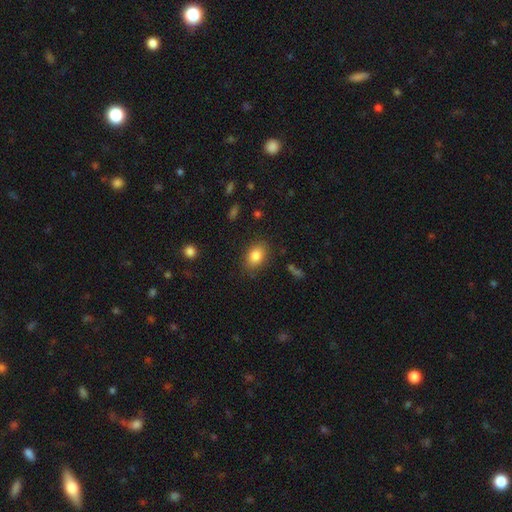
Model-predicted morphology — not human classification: Smooth or featured? smooth (84%)
How rounded? in between (78%)
Merging? none (84%)